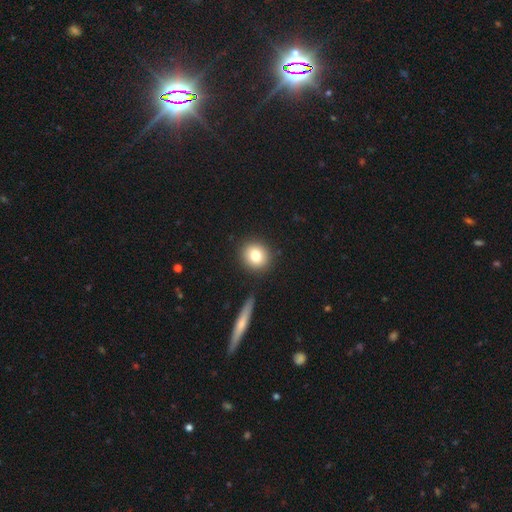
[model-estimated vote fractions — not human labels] Smooth or featured? smooth (79%)
How rounded? round (82%)
Merging? none (87%)